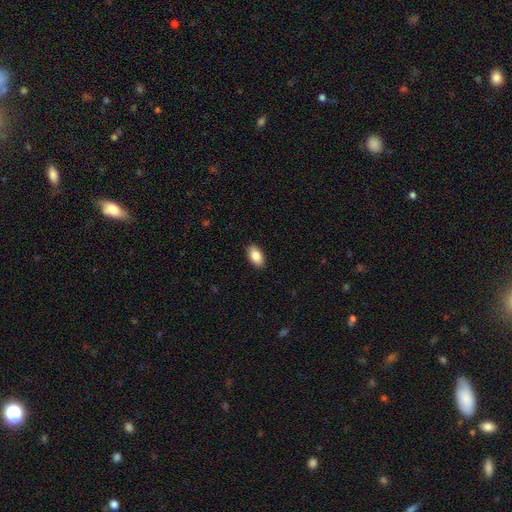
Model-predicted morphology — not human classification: Q: Smooth or featured?
A: smooth (86%); runner-up: featured or disk (7%)
Q: How rounded?
A: in between (94%); runner-up: round (4%)
Q: Merging?
A: none (90%); runner-up: minor disturbance (7%)